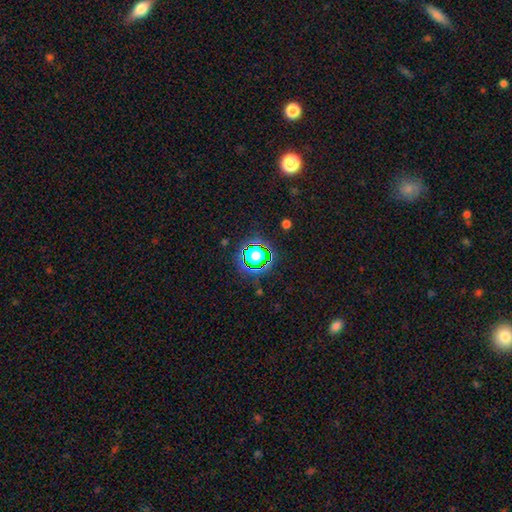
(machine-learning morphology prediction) Smooth or featured? Predicted: star or artifact (p=0.55).